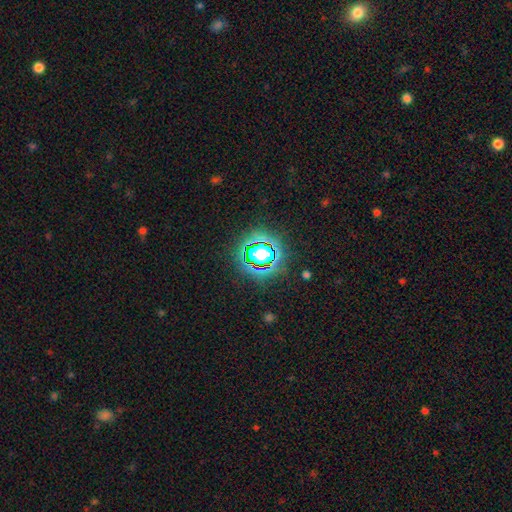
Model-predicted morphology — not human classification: Smooth or featured? Predicted: star or artifact (p=0.80).